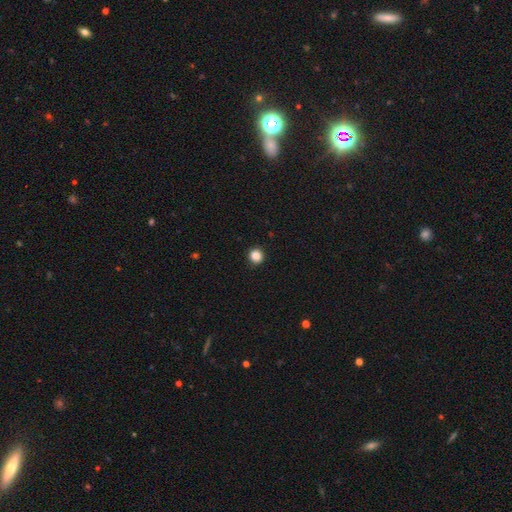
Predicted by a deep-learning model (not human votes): Smooth or featured? smooth (86%)
How rounded? round (91%)
Merging? none (93%)